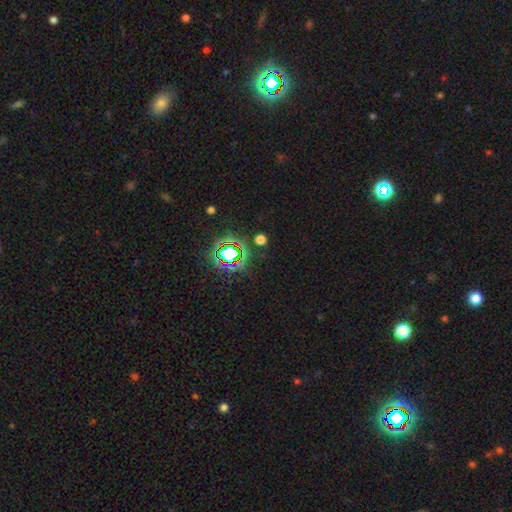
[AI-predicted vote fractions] smooth-or-featured: star or artifact: 77% | smooth: 14% | featured or disk: 9%